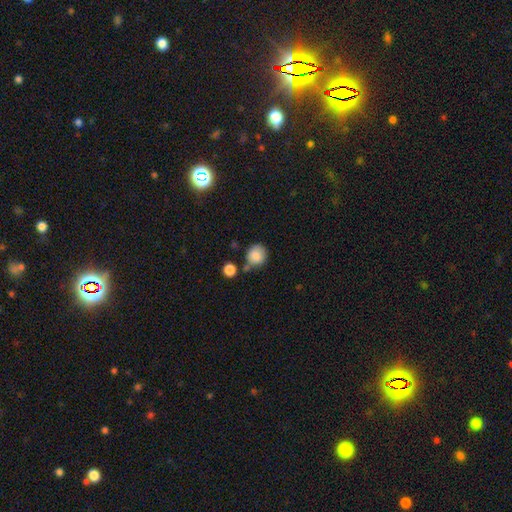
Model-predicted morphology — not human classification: Smooth or featured? Predicted: smooth (p=0.85). How rounded? Predicted: round (p=0.87). Merging? Predicted: none (p=0.65).